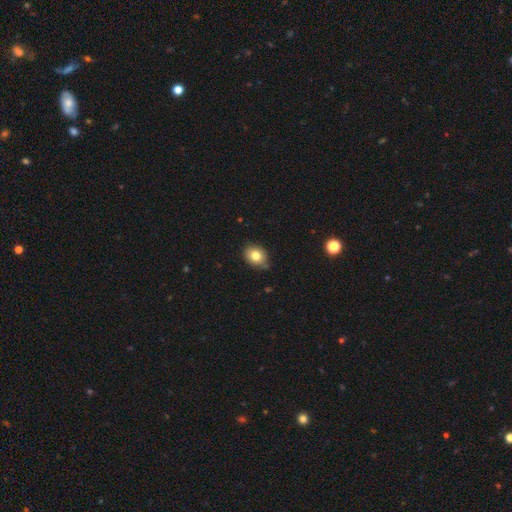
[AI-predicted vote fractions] Morphology: type=smooth (80%); roundness=in between (52%); merging=none (74%).